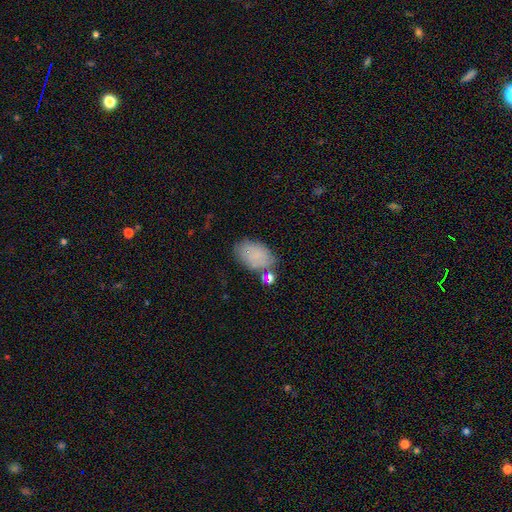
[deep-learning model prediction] smooth_or_featured: smooth (p=0.78) [alt: featured or disk p=0.13]
how_rounded: in between (p=0.91) [alt: round p=0.08]
merging: none (p=0.63) [alt: minor disturbance p=0.20]